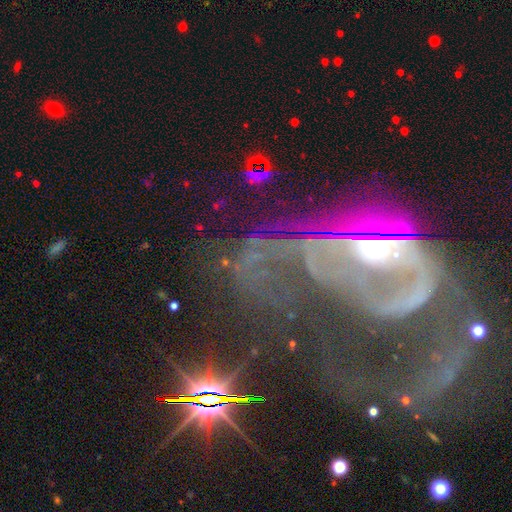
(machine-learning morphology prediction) smooth_or_featured: featured or disk (p=0.51) [alt: star or artifact p=0.38]
disk_edge_on: no (p=0.77) [alt: yes p=0.23]
merging: none (p=0.53) [alt: major disturbance p=0.25]